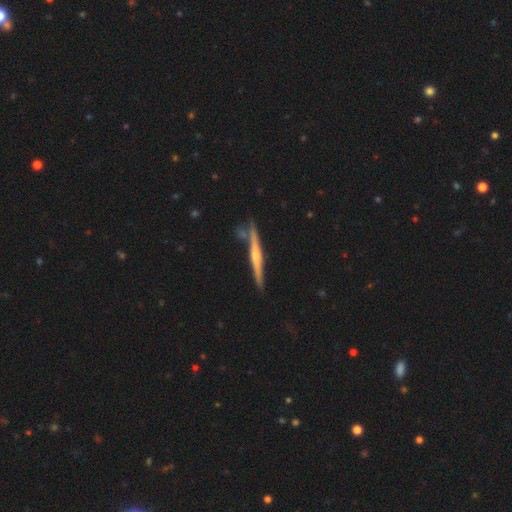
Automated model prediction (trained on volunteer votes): Overall: featured or disk (71%). Edge-on disk: yes (98%). Edge-on bulge: rounded (76%). Merging: none (81%).